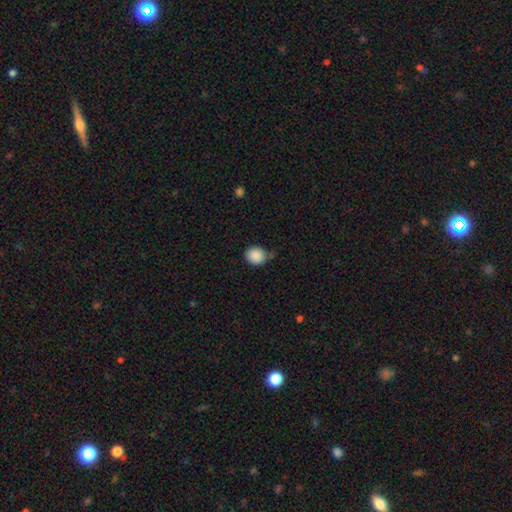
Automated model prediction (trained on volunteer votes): A smooth galaxy with no disk features (88%) that is round (72%).

Vote fractions:
- Smooth or featured? smooth: 88% / star or artifact: 8% / featured or disk: 3%
- How rounded? round: 72% / in between: 27% / cigar-shaped: 1%
- Merging? none: 65% / minor disturbance: 25% / merger: 5% / major disturbance: 5%